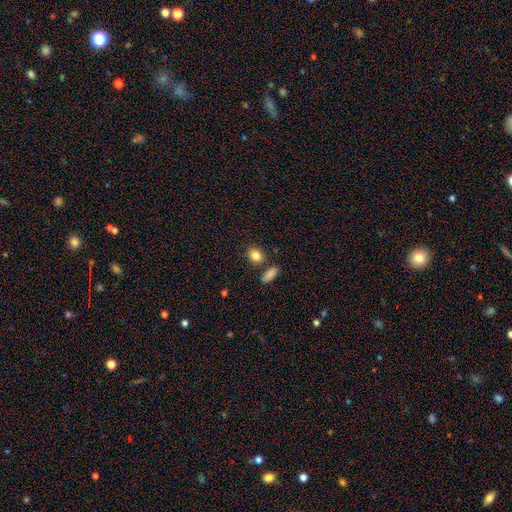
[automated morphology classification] smooth 86%, star or artifact 9%, featured or disk 6%. Down the decision tree: how rounded — round (53%); merging — none (78%).